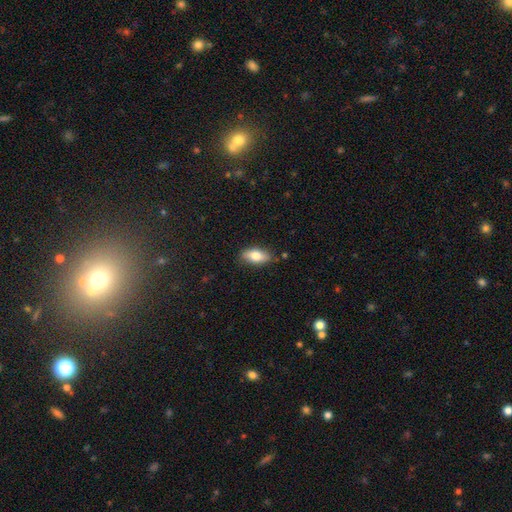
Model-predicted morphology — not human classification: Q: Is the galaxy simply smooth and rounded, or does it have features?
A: smooth — 77%.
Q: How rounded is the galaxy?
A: in between — 84%.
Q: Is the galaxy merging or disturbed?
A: none — 82%.